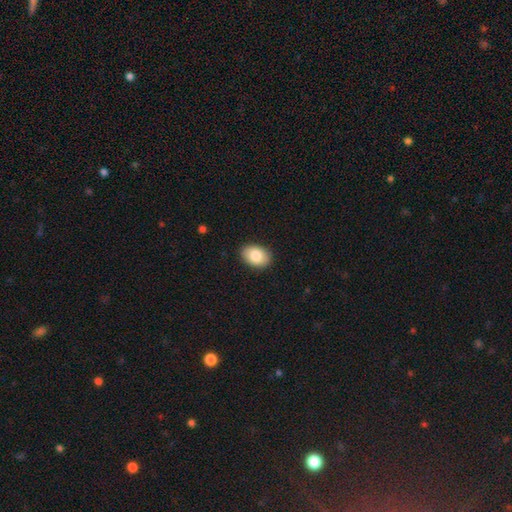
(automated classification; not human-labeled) Smooth or featured?
  - smooth: 85% *
  - featured or disk: 8%
  - star or artifact: 7%
How rounded?
  - in between: 84% *
  - round: 15%
  - cigar-shaped: 1%
Merging?
  - none: 89% *
  - minor disturbance: 8%
  - major disturbance: 2%
  - merger: 1%